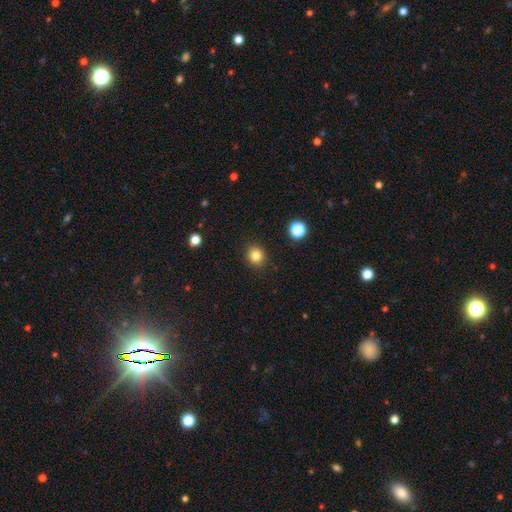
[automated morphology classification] A smooth galaxy with no disk features (82%) that is round (76%).

Vote fractions:
- Smooth or featured? smooth: 82% / star or artifact: 12% / featured or disk: 6%
- How rounded? round: 76% / in between: 24% / cigar-shaped: 1%
- Merging? none: 90% / minor disturbance: 6% / major disturbance: 2% / merger: 1%